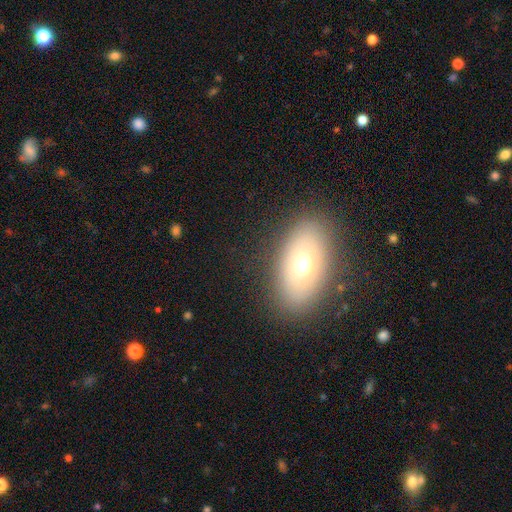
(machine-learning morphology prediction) A smooth galaxy with no disk features (61%) that is in between round and cigar-shaped (86%).

Vote fractions:
- Smooth or featured? smooth: 61% / featured or disk: 25% / star or artifact: 14%
- How rounded? in between: 86% / round: 10% / cigar-shaped: 4%
- Merging? none: 86% / minor disturbance: 9% / major disturbance: 4% / merger: 1%